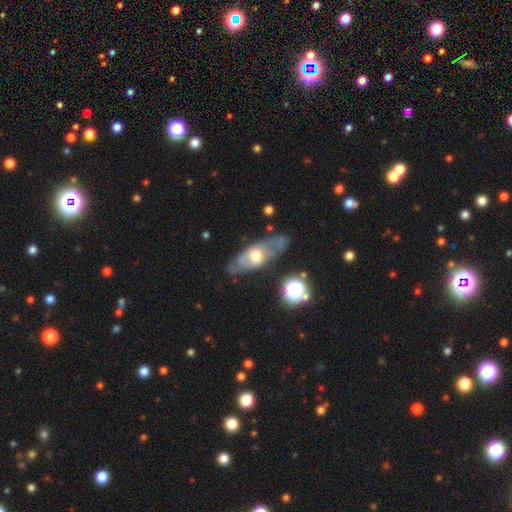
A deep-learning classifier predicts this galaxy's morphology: The model was most divided on "smooth or featured": featured or disk: 58%, smooth: 35%, star or artifact: 7%. More confident: merging — none (68%); edge-on disk — no (68%).